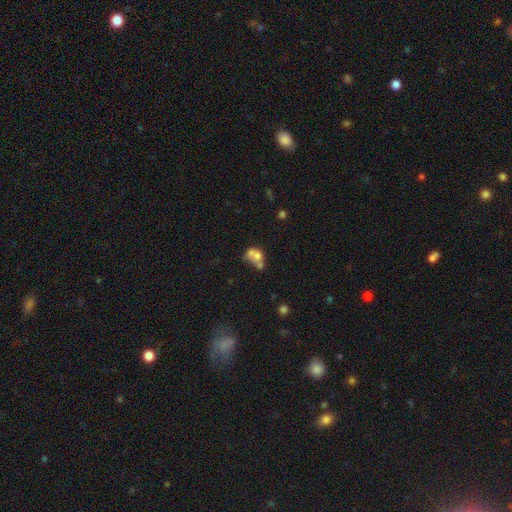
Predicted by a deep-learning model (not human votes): Overall: smooth (58%; featured or disk 29%). How rounded: in between (50%; round 49%). Merging: merger (60%; none 21%).